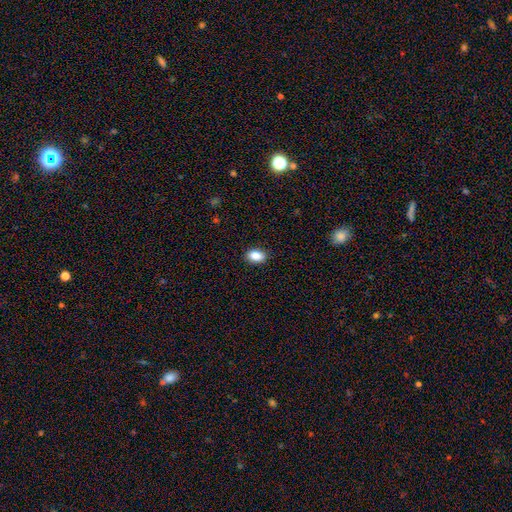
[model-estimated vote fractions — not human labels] Smooth or featured? smooth (87%)
How rounded? in between (84%)
Merging? none (90%)